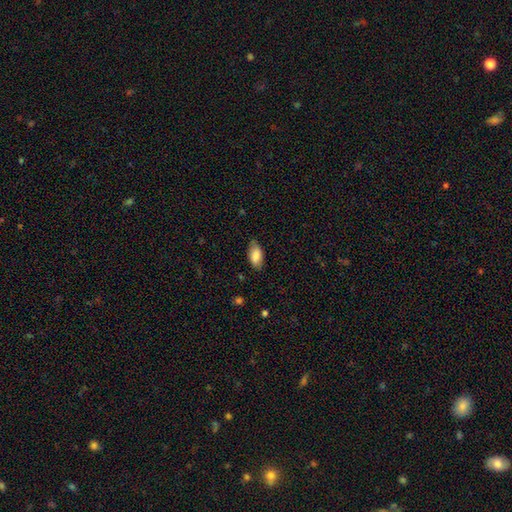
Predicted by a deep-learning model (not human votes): Q: Smooth or featured?
A: smooth (84%); runner-up: featured or disk (9%)
Q: How rounded?
A: in between (91%); runner-up: cigar-shaped (6%)
Q: Merging?
A: none (76%); runner-up: minor disturbance (19%)